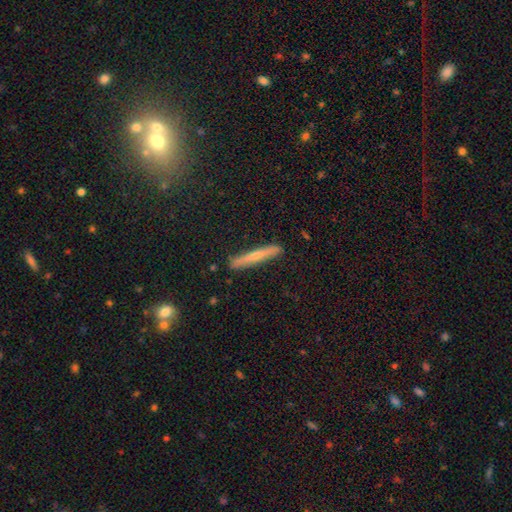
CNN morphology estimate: smooth-or-featured: smooth: 48% | featured or disk: 44% | star or artifact: 8%
  merging: none: 90% | minor disturbance: 8% | major disturbance: 2% | merger: 1%